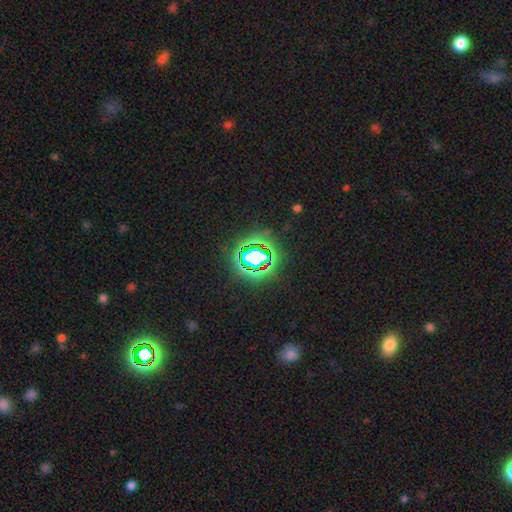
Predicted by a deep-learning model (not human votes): Q: Smooth or featured?
A: star or artifact (79%); runner-up: smooth (14%)